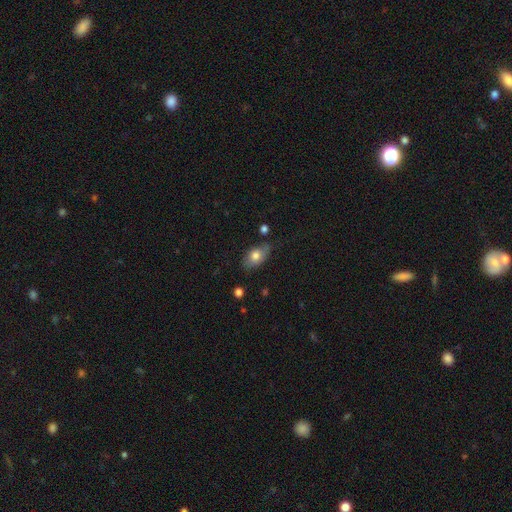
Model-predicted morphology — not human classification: Overall: smooth (73%). How rounded: in between (88%). Merging: none (67%).